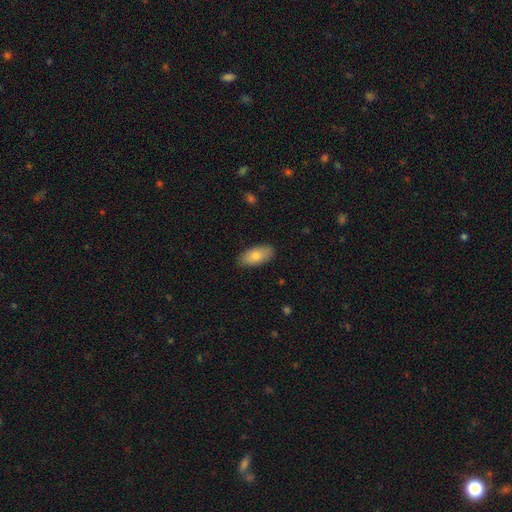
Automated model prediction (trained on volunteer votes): A smooth galaxy with no disk features (79%) that is in between round and cigar-shaped (91%). Merging: none (86%).